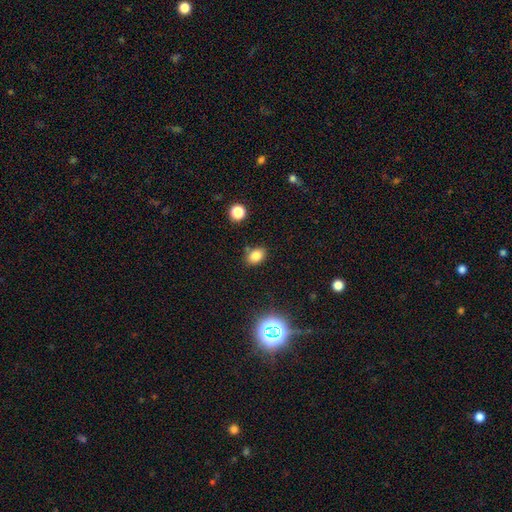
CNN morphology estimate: Smooth or featured? Predicted: smooth (p=0.80). How rounded? Predicted: in between (p=0.74). Merging? Predicted: none (p=0.79).